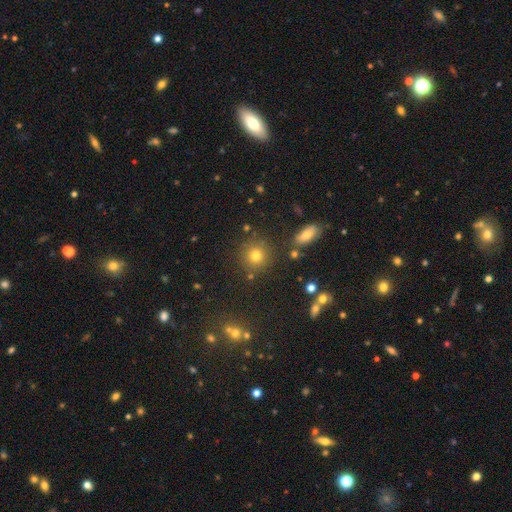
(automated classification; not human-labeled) Smooth or featured?
  - smooth: 71% *
  - star or artifact: 20%
  - featured or disk: 9%
How rounded?
  - round: 90% *
  - in between: 8%
  - cigar-shaped: 1%
Merging?
  - none: 82% *
  - minor disturbance: 9%
  - merger: 6%
  - major disturbance: 3%